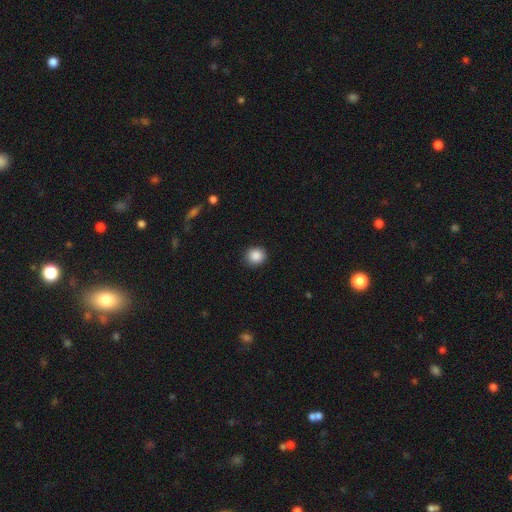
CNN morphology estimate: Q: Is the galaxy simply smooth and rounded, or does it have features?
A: smooth — 88%.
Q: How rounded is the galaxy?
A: round — 89%.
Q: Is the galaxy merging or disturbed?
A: none — 90%.